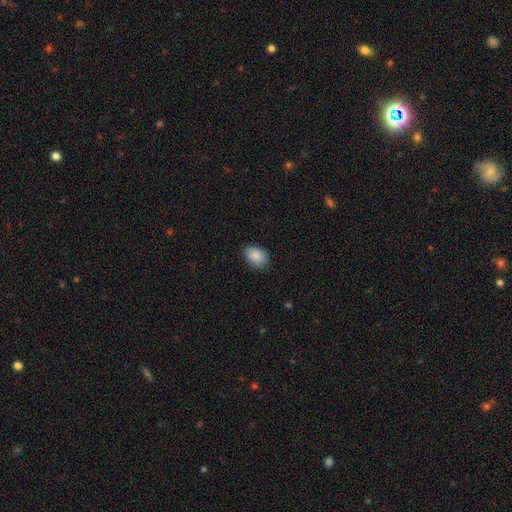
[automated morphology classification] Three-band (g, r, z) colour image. It shows a smooth galaxy with no disk features (88%) that is in between round and cigar-shaped (73%). Merging: none (83%).